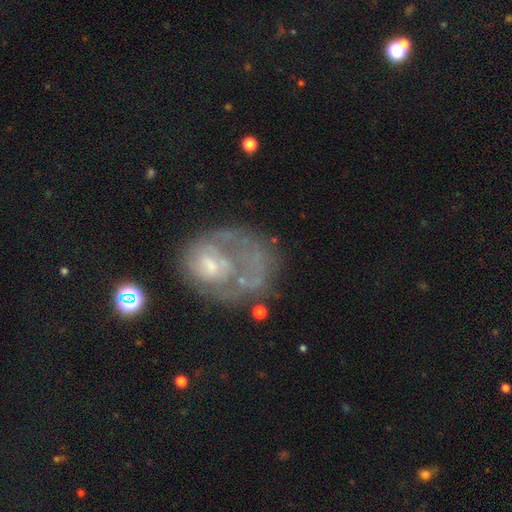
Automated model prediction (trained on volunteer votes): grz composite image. It shows a featured or disk galaxy (61%) with no bar (75%), no spiral arms (67%) and a moderate central bulge (35%). Merging: major disturbance (40%).